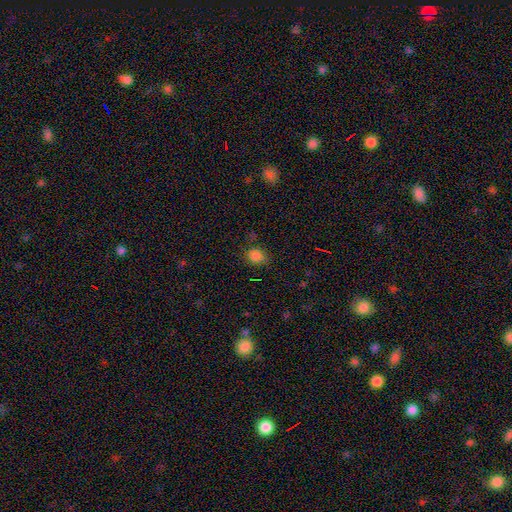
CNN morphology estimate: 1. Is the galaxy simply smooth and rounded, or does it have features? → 81% smooth, 15% star or artifact, 4% featured or disk.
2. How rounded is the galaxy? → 60% round, 39% in between, 1% cigar-shaped.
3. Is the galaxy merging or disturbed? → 75% none, 18% minor disturbance, 4% major disturbance, 2% merger.